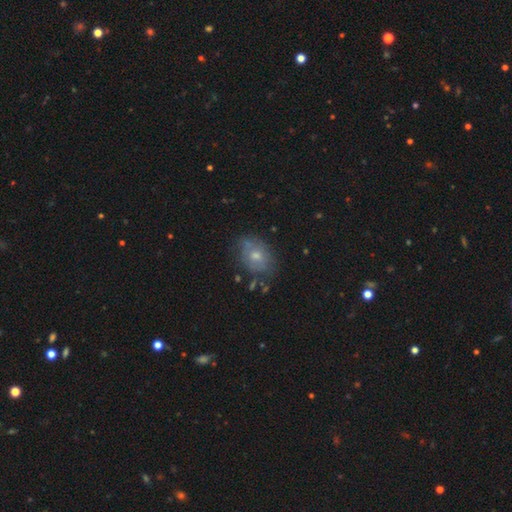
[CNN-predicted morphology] Smooth or featured?
  - smooth: 48% *
  - featured or disk: 36%
  - star or artifact: 16%
Merging?
  - none: 72% *
  - minor disturbance: 19%
  - major disturbance: 6%
  - merger: 3%